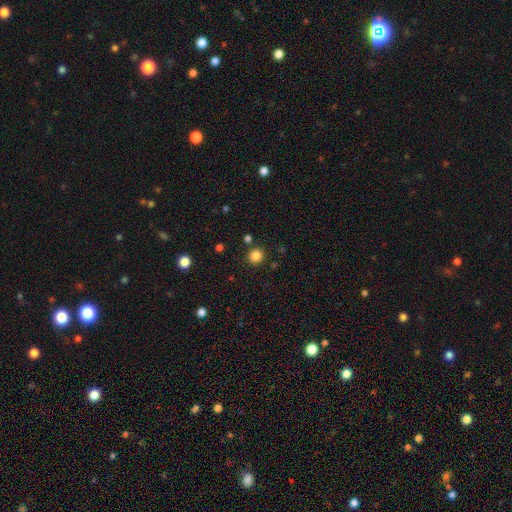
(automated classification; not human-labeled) Q: Smooth or featured?
A: smooth (84%); runner-up: star or artifact (13%)
Q: How rounded?
A: round (92%); runner-up: in between (7%)
Q: Merging?
A: none (87%); runner-up: minor disturbance (6%)